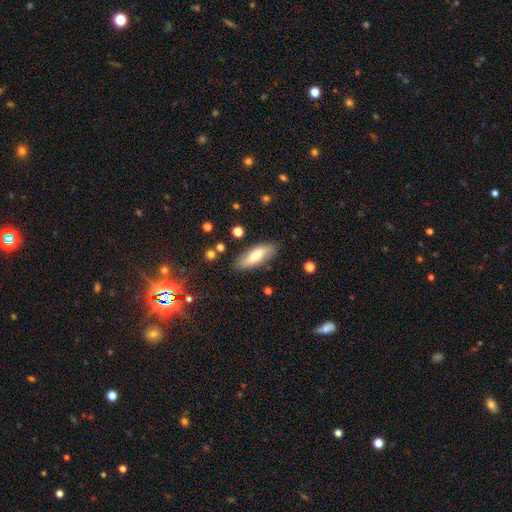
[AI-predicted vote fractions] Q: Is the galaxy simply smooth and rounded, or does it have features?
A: smooth — 65%.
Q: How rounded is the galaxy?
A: in between — 63%.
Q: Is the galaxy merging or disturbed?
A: none — 83%.